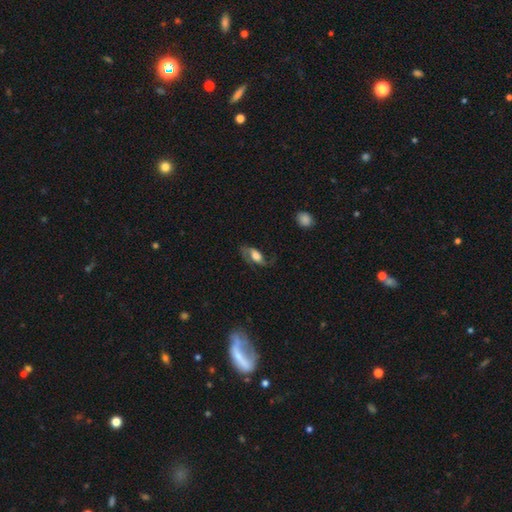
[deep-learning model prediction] Morphology: type=featured or disk (54%); edge-on=no (89%); merging=none (59%).